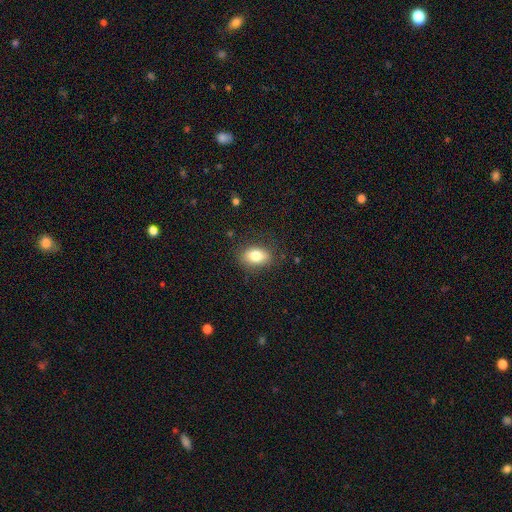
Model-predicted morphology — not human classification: A smooth galaxy with no disk features (80%) that is in between round and cigar-shaped (84%). Merging: none (83%).